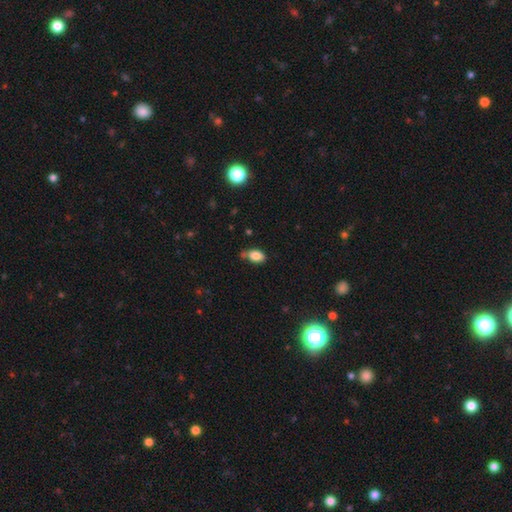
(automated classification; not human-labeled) A smooth galaxy with no disk features (84%) that is in between round and cigar-shaped (86%). Merging: none (51%).